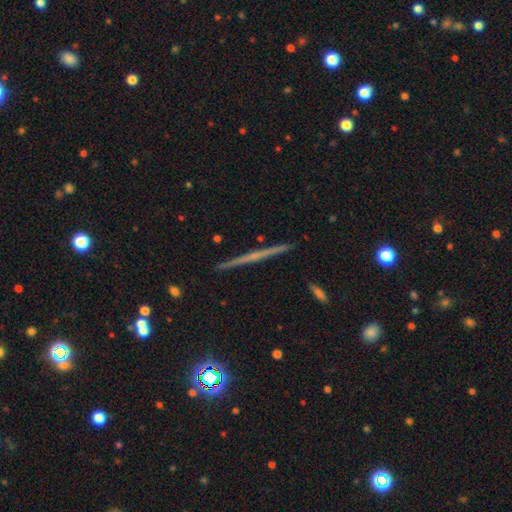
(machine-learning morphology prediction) Q: Smooth or featured?
A: featured or disk (67%); runner-up: smooth (24%)
Q: Edge-on disk?
A: yes (98%); runner-up: no (2%)
Q: Edge-on bulge?
A: none (72%); runner-up: rounded (22%)
Q: Merging?
A: none (92%); runner-up: minor disturbance (5%)